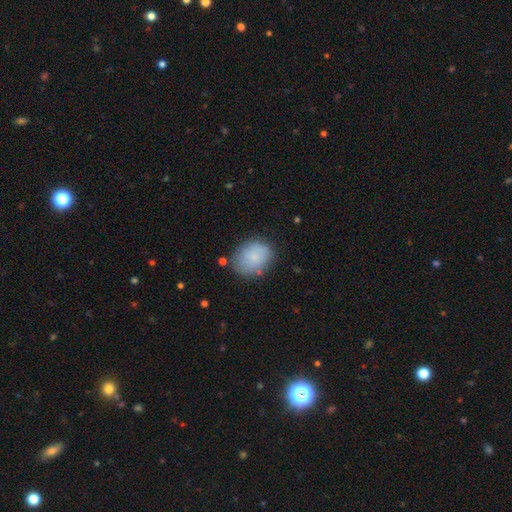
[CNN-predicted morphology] This appears to be a smooth galaxy with no disk features (79%) that is in between round and cigar-shaped (55%). Merging: none (73%).